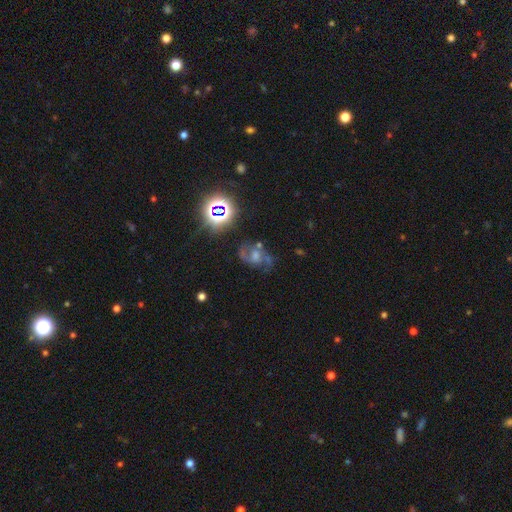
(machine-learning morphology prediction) type=featured or disk (57%); edge-on=no (97%); bar=no (55%); spiral arms=yes (89%); bulge=moderate (47%); merging=none (63%).